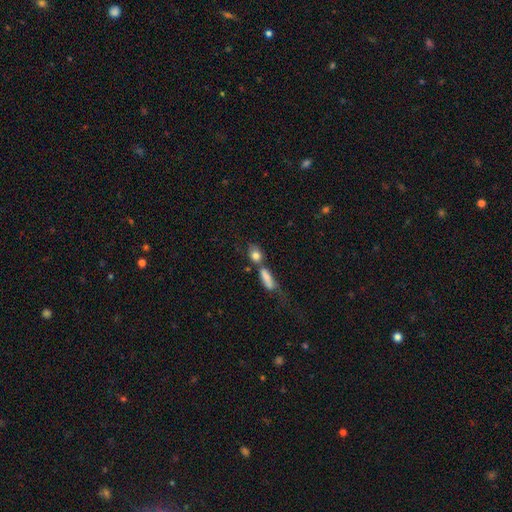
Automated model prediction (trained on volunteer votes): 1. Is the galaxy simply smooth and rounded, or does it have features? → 80% smooth, 12% featured or disk, 8% star or artifact.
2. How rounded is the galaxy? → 57% in between, 32% round, 11% cigar-shaped.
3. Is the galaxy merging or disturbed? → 44% merger, 35% none, 11% minor disturbance, 9% major disturbance.